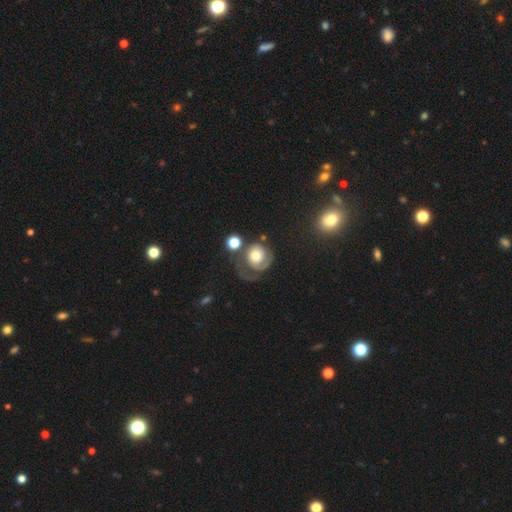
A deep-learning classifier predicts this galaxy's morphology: Smooth or featured?
  - featured or disk: 59% *
  - smooth: 33%
  - star or artifact: 8%
Edge-on disk?
  - no: 97% *
  - yes: 3%
Bar?
  - no: 81% *
  - weak: 16%
  - strong: 3%
Spiral arms?
  - yes: 84% *
  - no: 16%
Bulge size?
  - moderate: 59% *
  - large: 20%
  - small: 16%
  - dominant: 3%
  - none: 2%
Merging?
  - none: 39% *
  - major disturbance: 34%
  - minor disturbance: 17%
  - merger: 10%